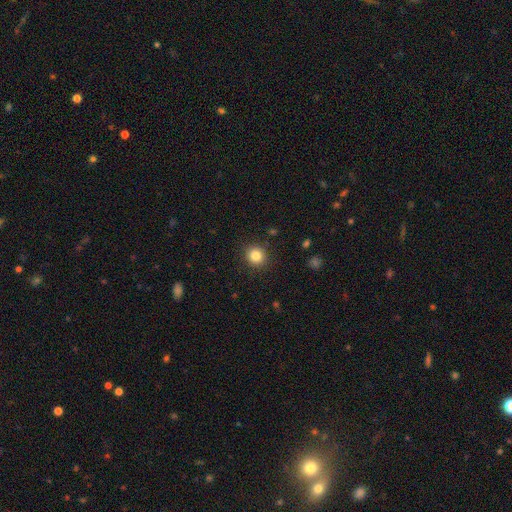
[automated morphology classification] smooth-or-featured: smooth: 84% | star or artifact: 11% | featured or disk: 5%
  how-rounded: round: 87% | in between: 12% | cigar-shaped: 1%
  merging: none: 90% | minor disturbance: 7% | major disturbance: 2% | merger: 1%